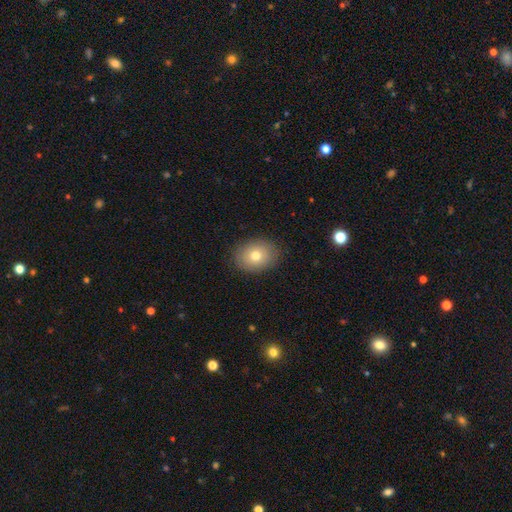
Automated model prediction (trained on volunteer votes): Smooth or featured?
  - smooth: 75% *
  - featured or disk: 15%
  - star or artifact: 9%
How rounded?
  - in between: 64% *
  - round: 35%
  - cigar-shaped: 1%
Merging?
  - none: 86% *
  - minor disturbance: 10%
  - major disturbance: 3%
  - merger: 1%